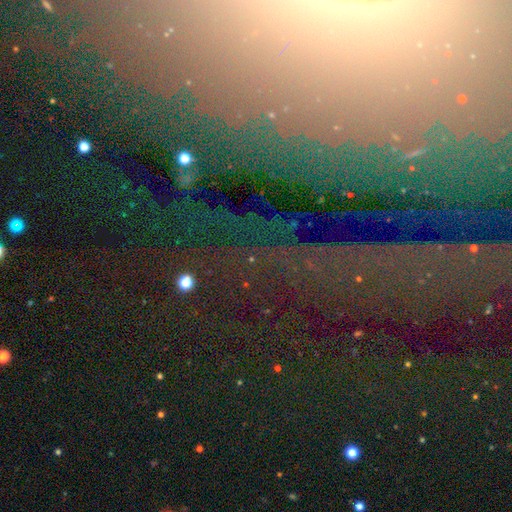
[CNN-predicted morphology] Smooth or featured: star or artifact — 70% (featured or disk — 16%)